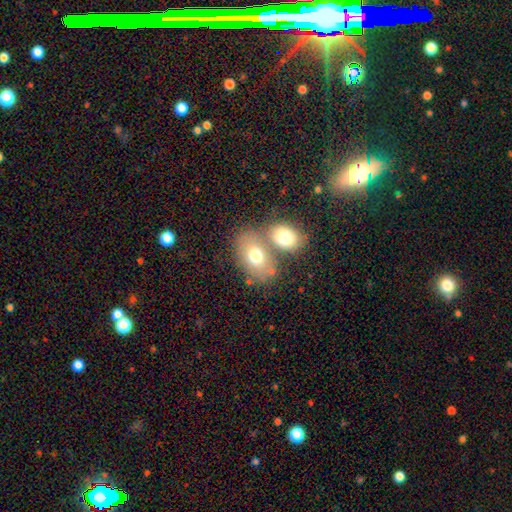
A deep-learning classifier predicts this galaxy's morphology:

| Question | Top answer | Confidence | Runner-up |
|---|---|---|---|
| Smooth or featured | smooth | 69% | featured or disk (23%) |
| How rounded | in between | 82% | round (17%) |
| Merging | none | 44% | merger (40%) |